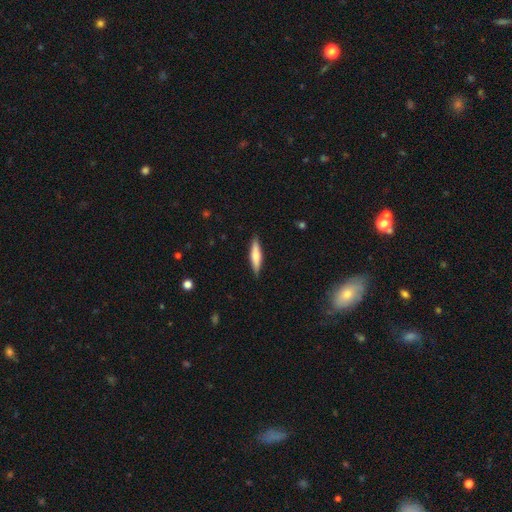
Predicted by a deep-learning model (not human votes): The model was most divided on "smooth or featured": smooth: 56%, featured or disk: 39%, star or artifact: 6%. More confident: merging — none (89%); how rounded — cigar-shaped (80%).